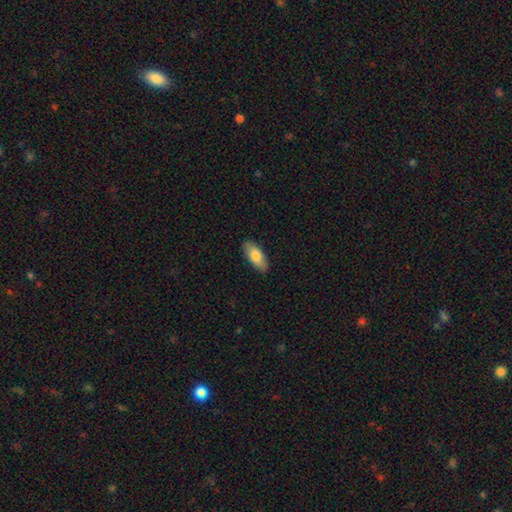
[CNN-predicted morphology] Overall: smooth (81%). How rounded: in between (84%). Merging: none (88%).